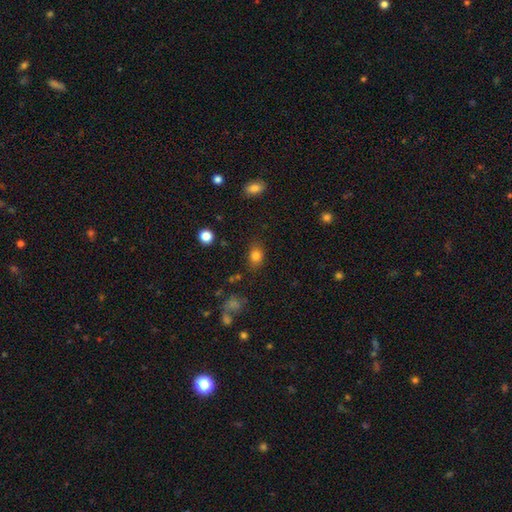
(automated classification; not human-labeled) A smooth galaxy with no disk features (81%) that is in between round and cigar-shaped (61%). Merging: none (78%).